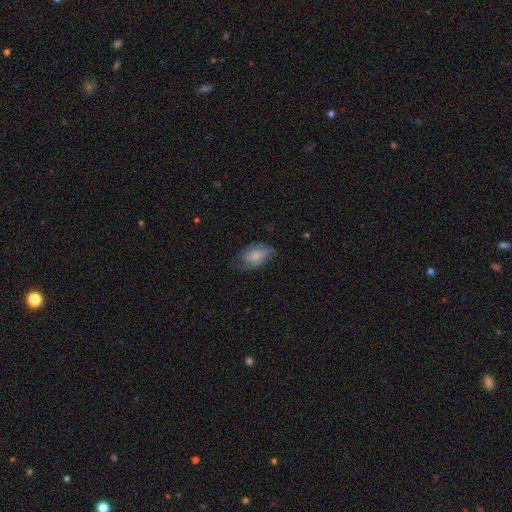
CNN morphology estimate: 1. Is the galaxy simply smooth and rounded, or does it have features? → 71% smooth, 22% featured or disk, 7% star or artifact.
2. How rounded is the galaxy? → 89% in between, 10% round, 1% cigar-shaped.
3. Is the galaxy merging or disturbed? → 50% none, 33% minor disturbance, 15% major disturbance, 1% merger.